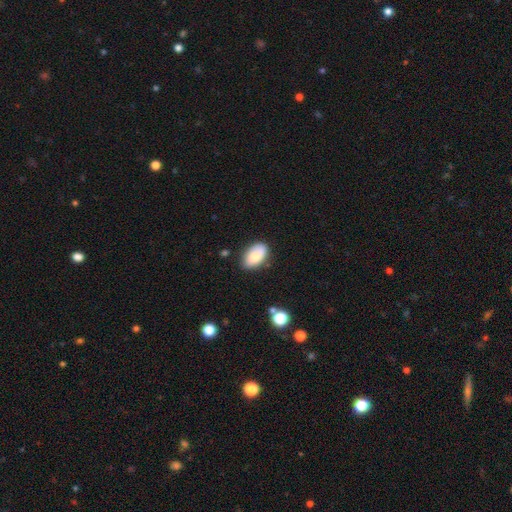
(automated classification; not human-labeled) This appears to be a smooth galaxy with no disk features (80%) that is in between round and cigar-shaped (93%). Merging: none (74%).